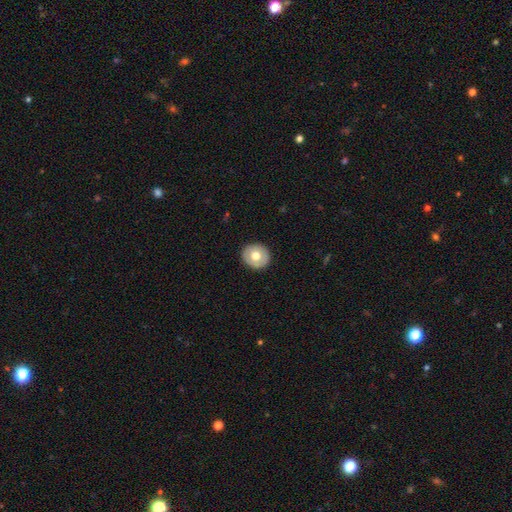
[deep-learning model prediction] smooth 65%, featured or disk 28%, star or artifact 7%. Down the decision tree: how rounded — round (86%); merging — none (90%).